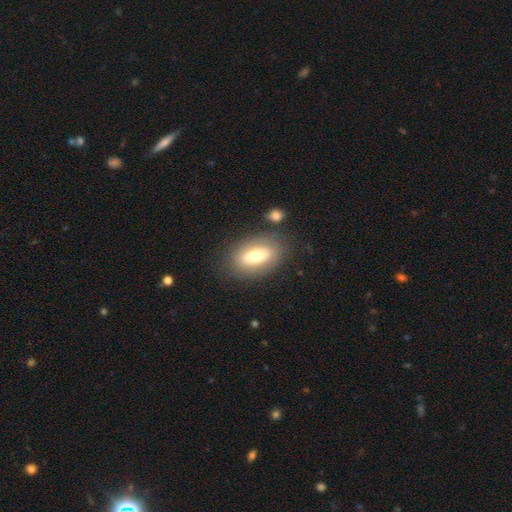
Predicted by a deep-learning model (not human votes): smooth 62%, featured or disk 30%, star or artifact 7%. Down the decision tree: how rounded — in between (89%); merging — none (78%).